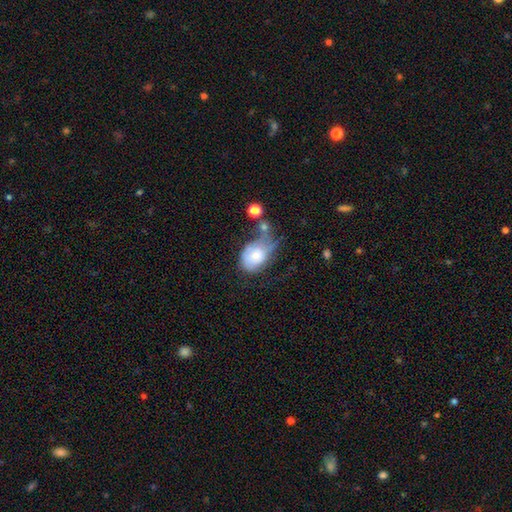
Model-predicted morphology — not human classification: The model was most divided on "merging": major disturbance: 33%, minor disturbance: 26%, merger: 22%, none: 18%. More confident: how rounded — in between (66%); smooth or featured — smooth (63%).